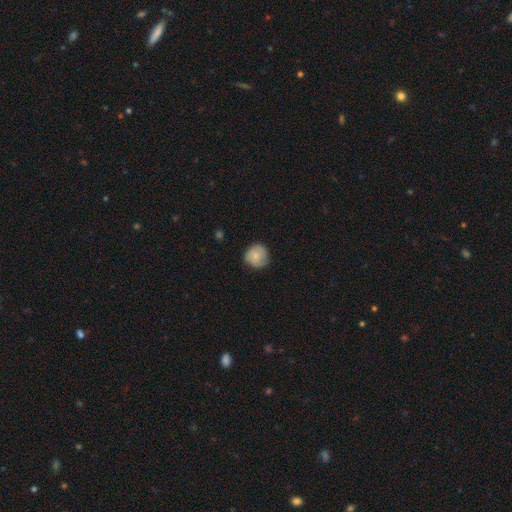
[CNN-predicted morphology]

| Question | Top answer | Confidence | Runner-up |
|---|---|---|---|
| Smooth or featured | smooth | 77% | featured or disk (16%) |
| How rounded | round | 91% | in between (8%) |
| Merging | none | 76% | minor disturbance (20%) |